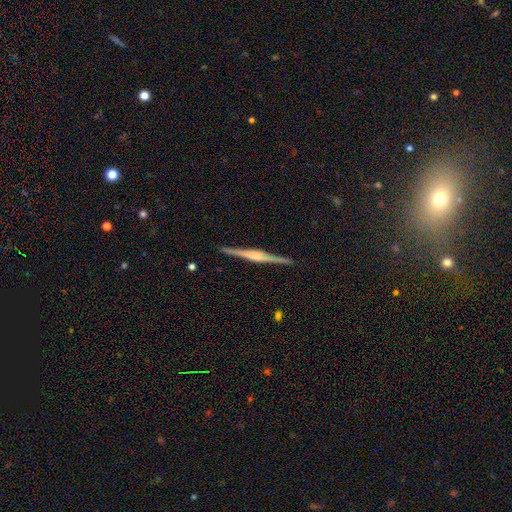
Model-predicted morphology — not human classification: This is clearly a featured or disk galaxy (83%). It is clearly viewed edge-on (98%). Edge-on bulge: possibly rounded (57%). Merging: clearly none (92%).